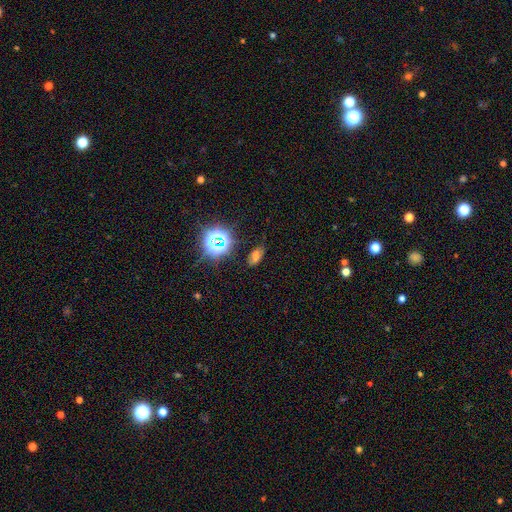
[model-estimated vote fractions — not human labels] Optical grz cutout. It shows a smooth galaxy with no disk features (57%) that is in between round and cigar-shaped (85%). Merging: none (78%).